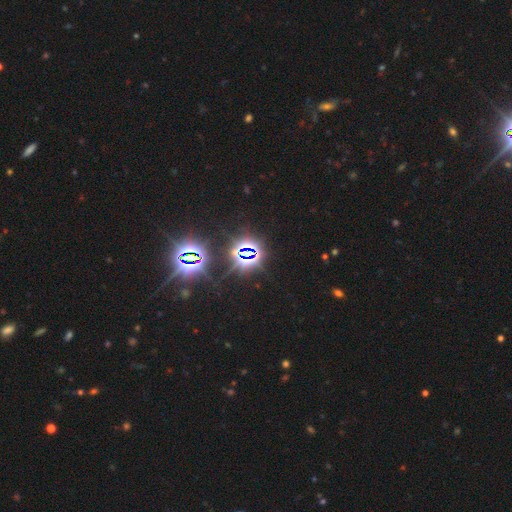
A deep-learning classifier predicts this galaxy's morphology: Q: Smooth or featured?
A: star or artifact (84%); runner-up: smooth (9%)